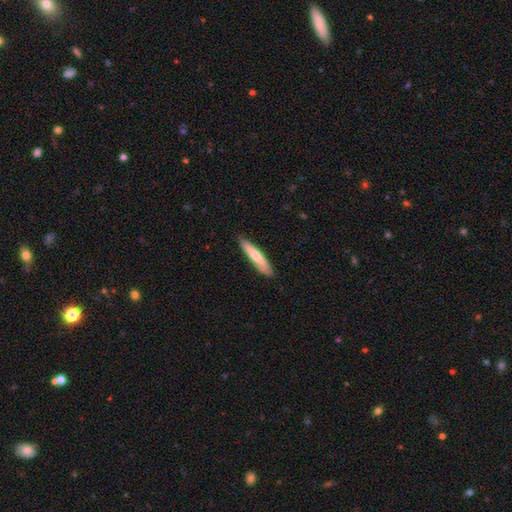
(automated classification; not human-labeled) Smooth or featured: smooth — 64% (featured or disk — 31%)
How rounded: cigar-shaped — 88% (in between — 10%)
Merging: none — 87% (minor disturbance — 10%)